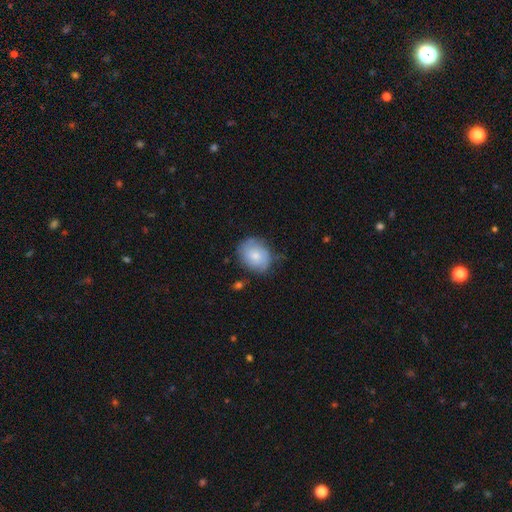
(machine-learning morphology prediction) Q: Smooth or featured?
A: smooth (60%); runner-up: featured or disk (33%)
Q: How rounded?
A: in between (53%); runner-up: round (46%)
Q: Merging?
A: none (66%); runner-up: minor disturbance (25%)